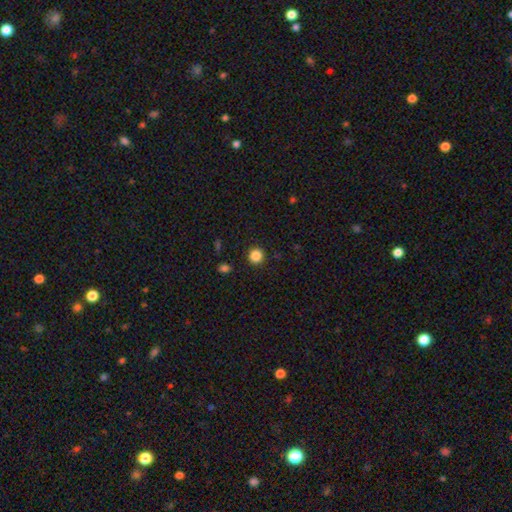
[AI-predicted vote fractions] Q: Smooth or featured?
A: smooth (86%); runner-up: star or artifact (11%)
Q: How rounded?
A: round (94%); runner-up: in between (5%)
Q: Merging?
A: none (91%); runner-up: minor disturbance (5%)